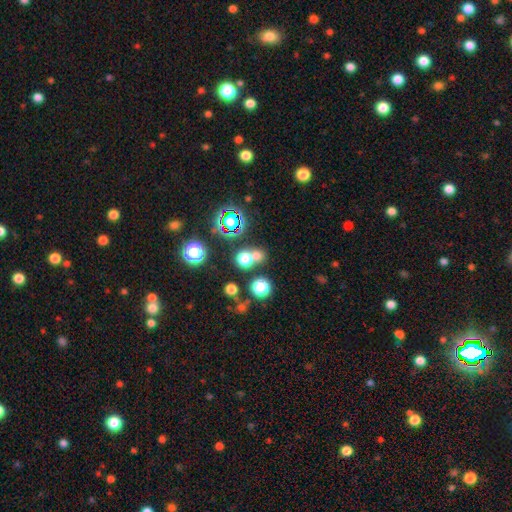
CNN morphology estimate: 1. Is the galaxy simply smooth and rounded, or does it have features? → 60% smooth, 32% star or artifact, 9% featured or disk.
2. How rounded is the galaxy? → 80% round, 18% in between, 1% cigar-shaped.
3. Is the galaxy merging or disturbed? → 57% none, 32% merger, 7% minor disturbance, 4% major disturbance.